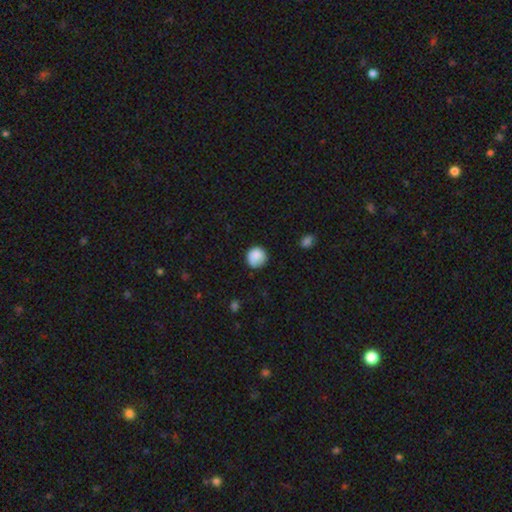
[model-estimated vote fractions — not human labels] This is clearly a smooth galaxy (86%). How rounded: clearly round (92%). Merging: likely none (78%).